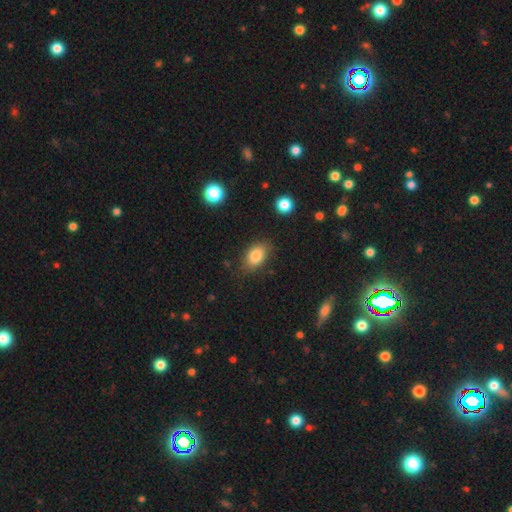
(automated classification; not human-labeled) Q: Smooth or featured?
A: smooth (82%); runner-up: star or artifact (9%)
Q: How rounded?
A: in between (84%); runner-up: round (14%)
Q: Merging?
A: none (78%); runner-up: minor disturbance (16%)